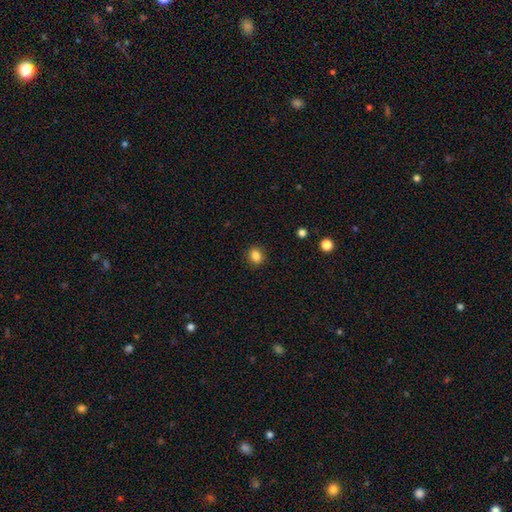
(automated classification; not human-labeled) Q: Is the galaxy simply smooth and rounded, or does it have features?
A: smooth — 85%.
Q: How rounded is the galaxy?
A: round — 70%.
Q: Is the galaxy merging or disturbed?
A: none — 90%.